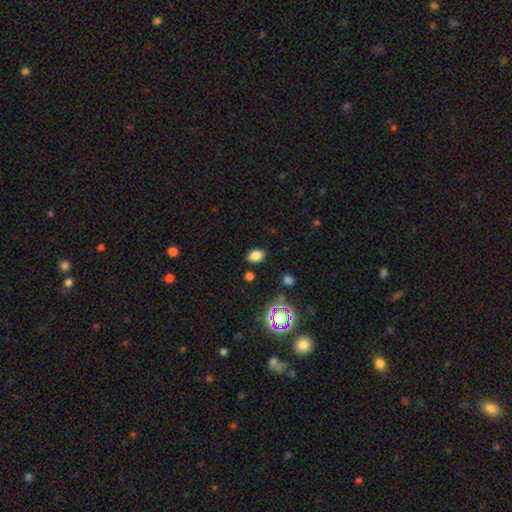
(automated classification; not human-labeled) Overall: smooth (77%). How rounded: in between (78%). Merging: none (84%).